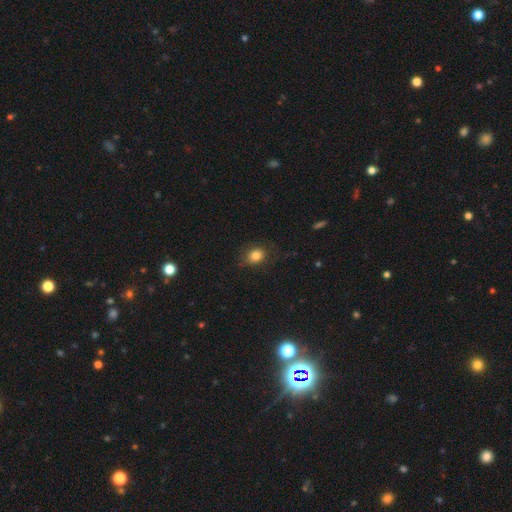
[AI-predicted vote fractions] A smooth galaxy with no disk features (82%) that is in between round and cigar-shaped (53%). Merging: none (77%).